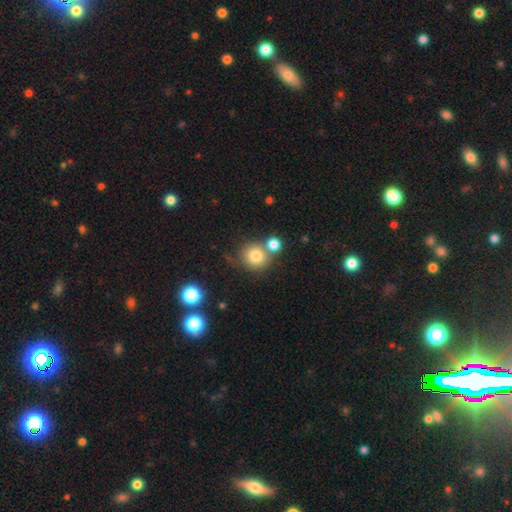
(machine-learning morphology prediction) A smooth galaxy with no disk features (79%) that is round (89%).

Vote fractions:
- Smooth or featured? smooth: 79% / star or artifact: 11% / featured or disk: 10%
- How rounded? round: 89% / in between: 10% / cigar-shaped: 1%
- Merging? none: 59% / merger: 27% / minor disturbance: 10% / major disturbance: 4%